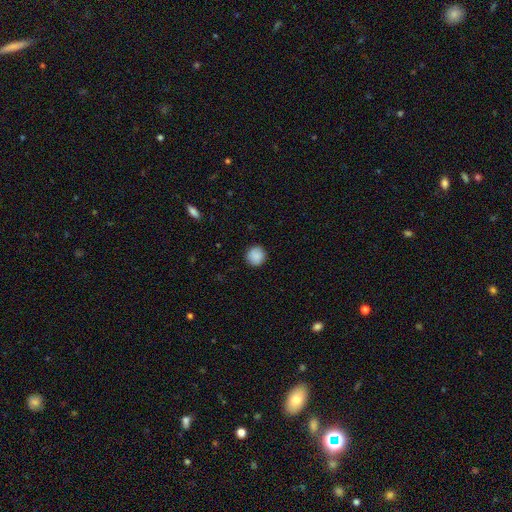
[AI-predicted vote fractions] A smooth galaxy with no disk features (89%) that is round (93%).

Vote fractions:
- Smooth or featured? smooth: 89% / star or artifact: 8% / featured or disk: 3%
- How rounded? round: 93% / in between: 6% / cigar-shaped: 1%
- Merging? none: 91% / minor disturbance: 6% / major disturbance: 2% / merger: 1%